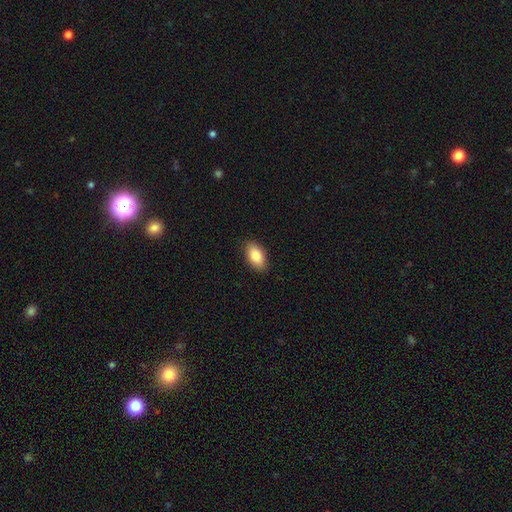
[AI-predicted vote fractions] smooth 85%, featured or disk 9%, star or artifact 6%. Down the decision tree: how rounded — in between (93%); merging — none (88%).